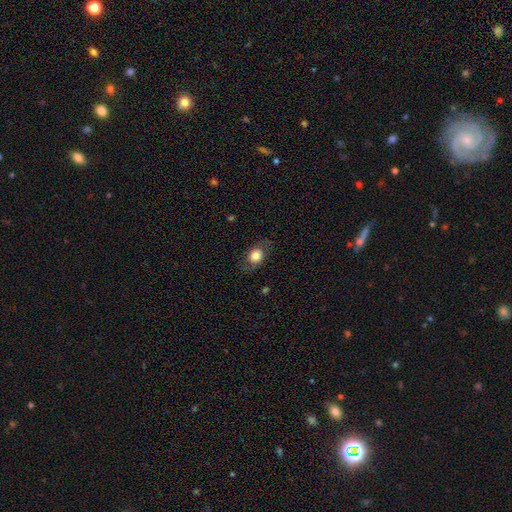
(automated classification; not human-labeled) This appears to be a smooth galaxy with no disk features (67%) that is round (52%). Merging: none (74%).